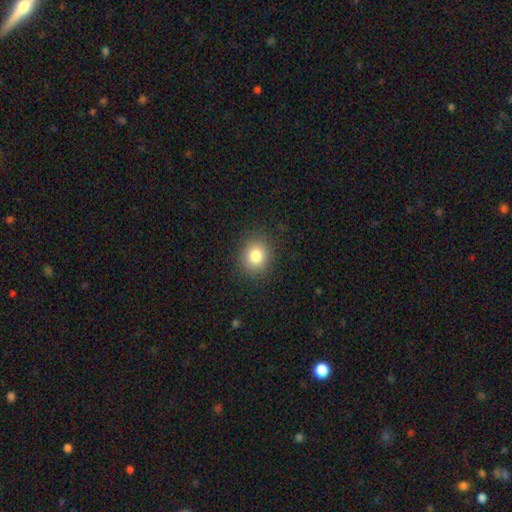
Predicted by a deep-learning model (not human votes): Q: Smooth or featured?
A: smooth (82%); runner-up: star or artifact (11%)
Q: How rounded?
A: round (76%); runner-up: in between (23%)
Q: Merging?
A: none (88%); runner-up: minor disturbance (8%)